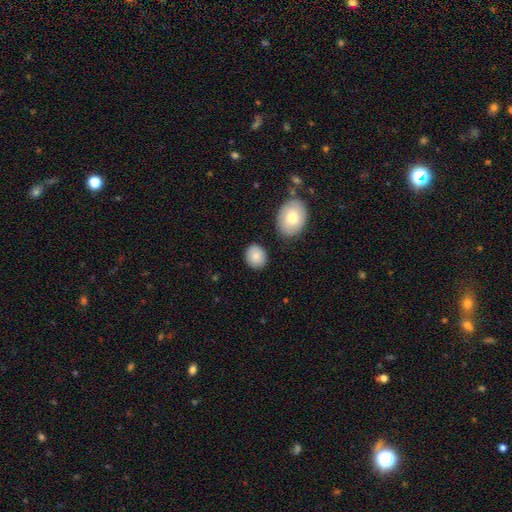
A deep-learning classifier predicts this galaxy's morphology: Q: Smooth or featured?
A: smooth (86%); runner-up: star or artifact (7%)
Q: How rounded?
A: round (67%); runner-up: in between (32%)
Q: Merging?
A: none (84%); runner-up: minor disturbance (10%)